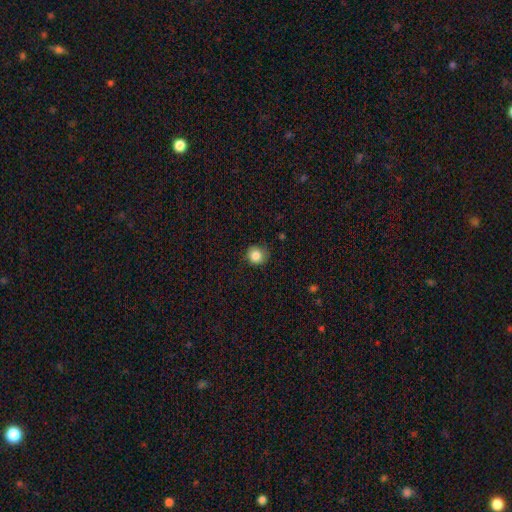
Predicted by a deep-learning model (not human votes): smooth-or-featured: smooth: 85% | star or artifact: 10% | featured or disk: 5%
  how-rounded: round: 86% | in between: 13% | cigar-shaped: 1%
  merging: none: 77% | minor disturbance: 18% | major disturbance: 4% | merger: 1%